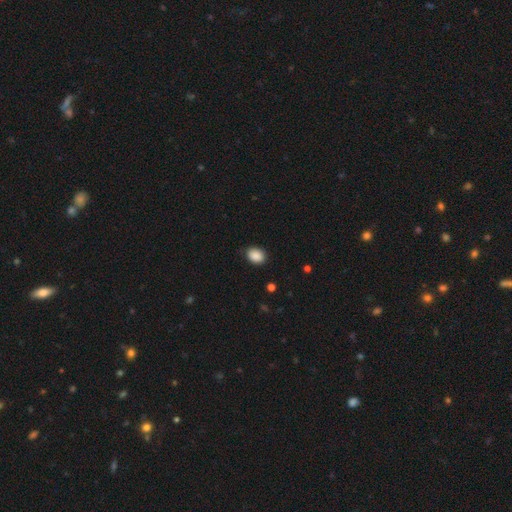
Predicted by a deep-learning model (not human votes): Smooth or featured? Predicted: smooth (p=0.89). How rounded? Predicted: in between (p=0.63). Merging? Predicted: none (p=0.85).